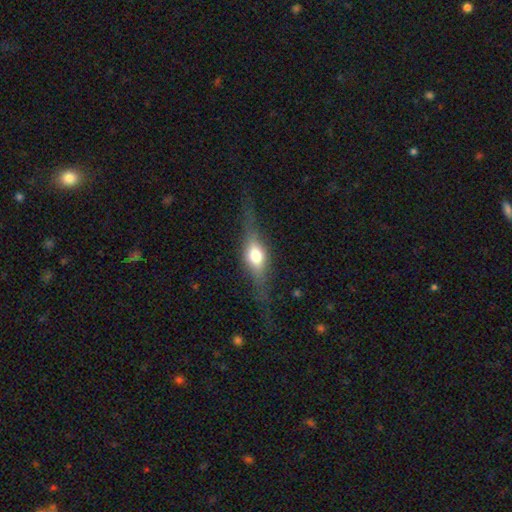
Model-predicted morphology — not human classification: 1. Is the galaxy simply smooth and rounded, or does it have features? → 58% featured or disk, 34% smooth, 7% star or artifact.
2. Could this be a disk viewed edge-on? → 92% yes, 8% no.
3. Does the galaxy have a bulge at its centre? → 92% rounded, 6% boxy, 2% none.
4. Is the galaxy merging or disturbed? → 75% none, 16% minor disturbance, 8% major disturbance, 1% merger.